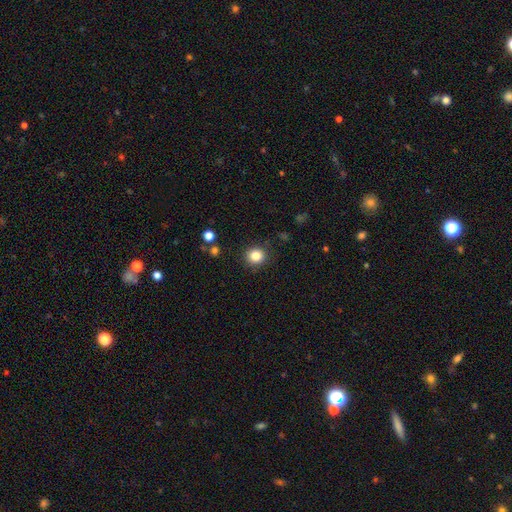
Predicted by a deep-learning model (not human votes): Overall: smooth (84%). How rounded: round (89%). Merging: none (89%).